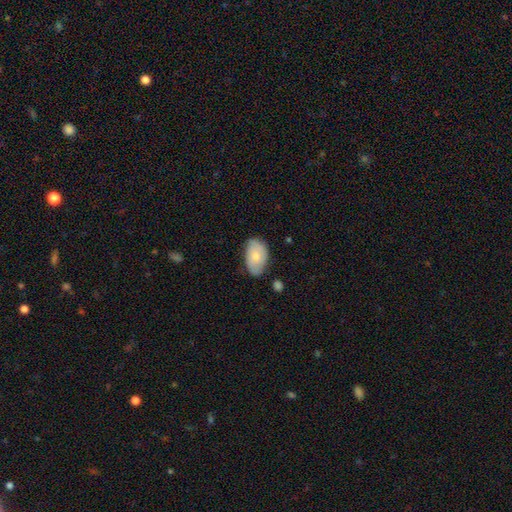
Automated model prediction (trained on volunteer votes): Smooth or featured?
  - smooth: 59% *
  - featured or disk: 35%
  - star or artifact: 6%
How rounded?
  - in between: 91% *
  - round: 7%
  - cigar-shaped: 1%
Merging?
  - none: 67% *
  - minor disturbance: 26%
  - major disturbance: 5%
  - merger: 2%